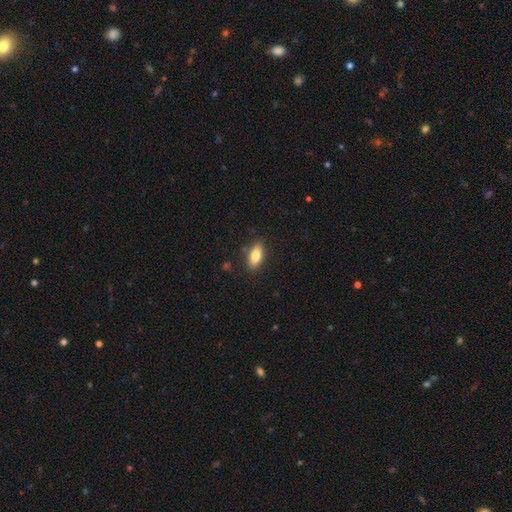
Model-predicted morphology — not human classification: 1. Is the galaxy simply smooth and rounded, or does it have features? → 80% smooth, 12% featured or disk, 7% star or artifact.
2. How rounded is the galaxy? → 86% in between, 10% cigar-shaped, 4% round.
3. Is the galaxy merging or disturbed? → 86% none, 10% minor disturbance, 2% major disturbance, 2% merger.